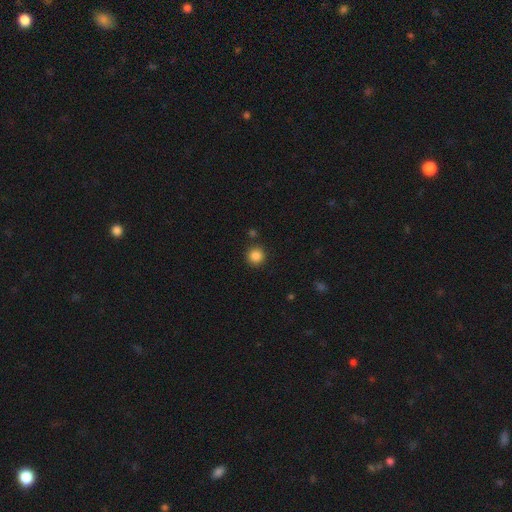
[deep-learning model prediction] A smooth galaxy with no disk features (86%) that is round (94%).

Vote fractions:
- Smooth or featured? smooth: 86% / star or artifact: 11% / featured or disk: 3%
- How rounded? round: 94% / in between: 5% / cigar-shaped: 1%
- Merging? none: 89% / minor disturbance: 6% / merger: 3% / major disturbance: 2%